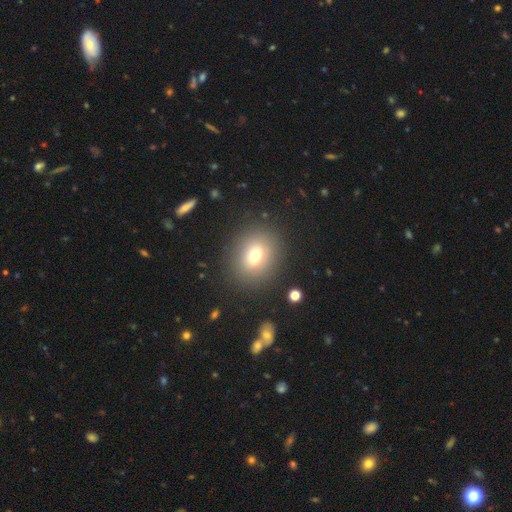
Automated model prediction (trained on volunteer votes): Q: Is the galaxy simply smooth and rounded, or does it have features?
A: smooth — 71%.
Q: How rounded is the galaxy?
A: round — 67%.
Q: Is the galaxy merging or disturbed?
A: none — 85%.